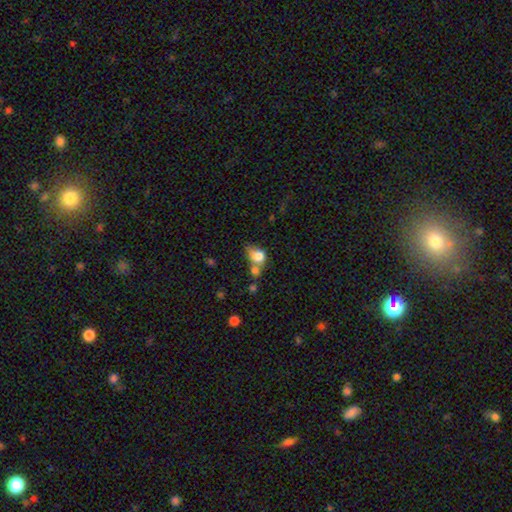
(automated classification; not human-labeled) Morphology: type=smooth (76%); roundness=in between (54%); merging=merger (45%).